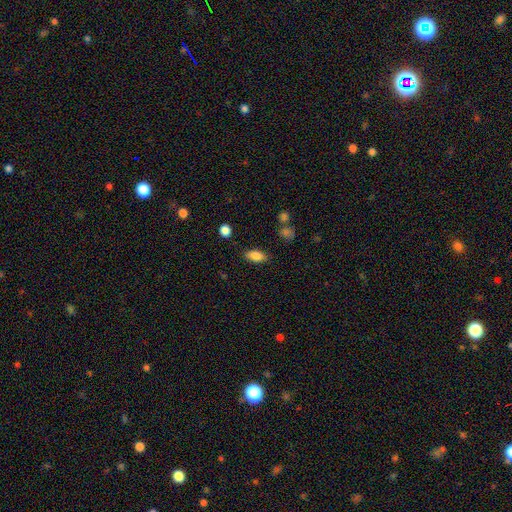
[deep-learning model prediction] Smooth or featured?
  - smooth: 85% *
  - star or artifact: 8%
  - featured or disk: 7%
How rounded?
  - in between: 87% *
  - cigar-shaped: 8%
  - round: 4%
Merging?
  - none: 84% *
  - minor disturbance: 11%
  - major disturbance: 3%
  - merger: 2%